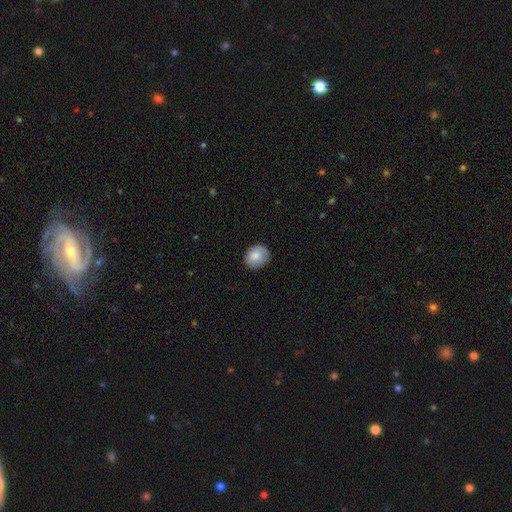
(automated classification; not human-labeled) Smooth or featured? smooth (81%)
How rounded? round (65%)
Merging? none (82%)